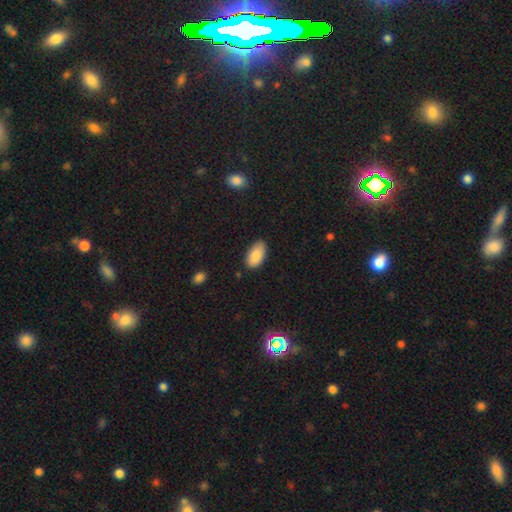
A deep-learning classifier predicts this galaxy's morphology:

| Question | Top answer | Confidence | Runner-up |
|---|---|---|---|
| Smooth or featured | smooth | 88% | star or artifact (7%) |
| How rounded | in between | 95% | cigar-shaped (3%) |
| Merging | none | 82% | minor disturbance (14%) |